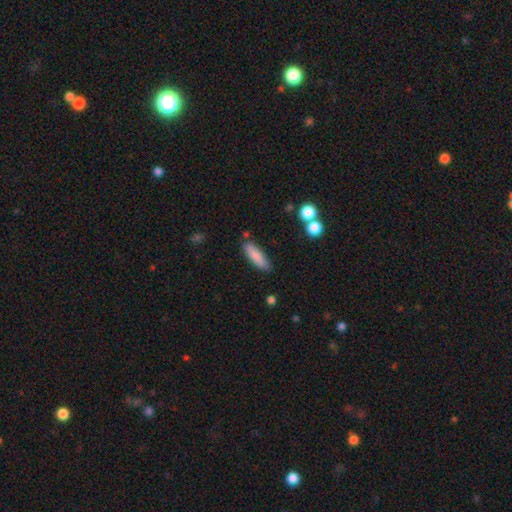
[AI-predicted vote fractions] Smooth or featured? Predicted: smooth (p=0.84). How rounded? Predicted: cigar-shaped (p=0.63). Merging? Predicted: none (p=0.83).